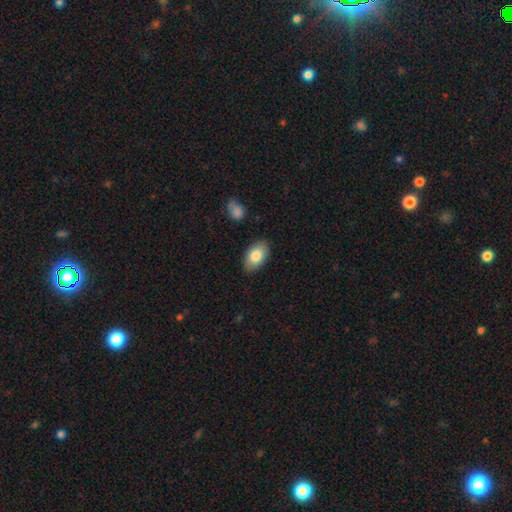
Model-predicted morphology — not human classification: type=smooth (83%); roundness=in between (94%); merging=none (84%).